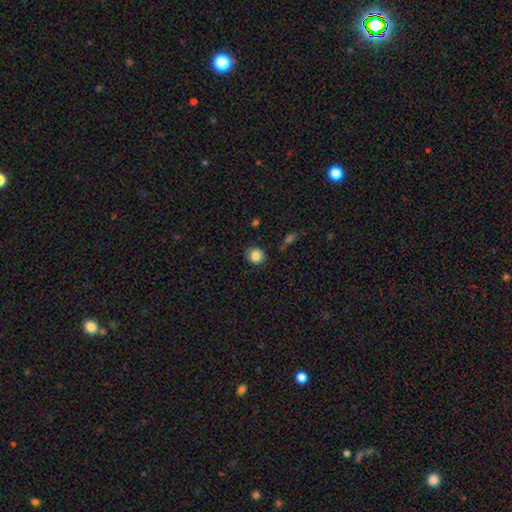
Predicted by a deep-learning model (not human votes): Q: Smooth or featured?
A: smooth (84%); runner-up: star or artifact (9%)
Q: How rounded?
A: round (83%); runner-up: in between (16%)
Q: Merging?
A: none (84%); runner-up: minor disturbance (12%)